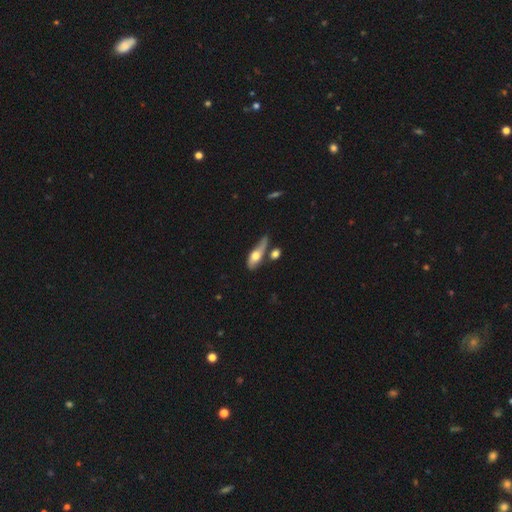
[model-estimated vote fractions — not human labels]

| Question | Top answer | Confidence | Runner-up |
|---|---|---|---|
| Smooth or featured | smooth | 57% | featured or disk (37%) |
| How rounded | in between | 62% | cigar-shaped (33%) |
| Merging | none | 38% | minor disturbance (26%) |